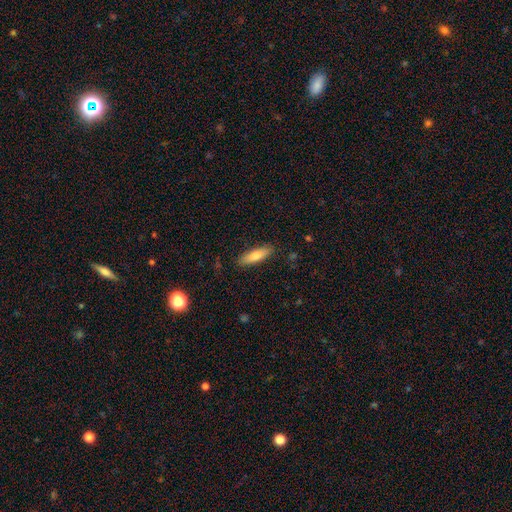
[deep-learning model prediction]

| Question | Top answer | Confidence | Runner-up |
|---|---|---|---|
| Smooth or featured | smooth | 79% | featured or disk (15%) |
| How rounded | cigar-shaped | 60% | in between (38%) |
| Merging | none | 88% | minor disturbance (9%) |